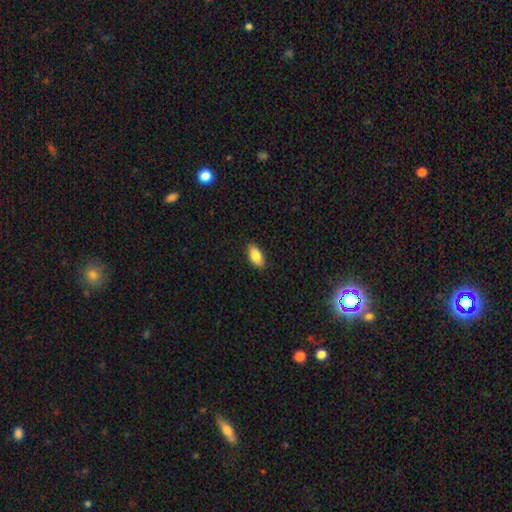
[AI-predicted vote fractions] smooth_or_featured: smooth (p=0.85) [alt: featured or disk p=0.08]
how_rounded: in between (p=0.91) [alt: cigar-shaped p=0.06]
merging: none (p=0.89) [alt: minor disturbance p=0.08]